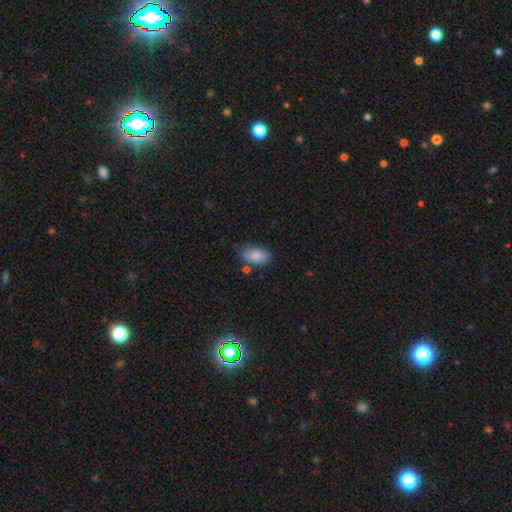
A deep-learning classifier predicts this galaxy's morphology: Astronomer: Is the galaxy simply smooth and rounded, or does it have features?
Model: smooth — 86%.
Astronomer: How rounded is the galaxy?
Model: in between — 92%.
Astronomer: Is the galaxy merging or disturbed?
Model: none — 72%.